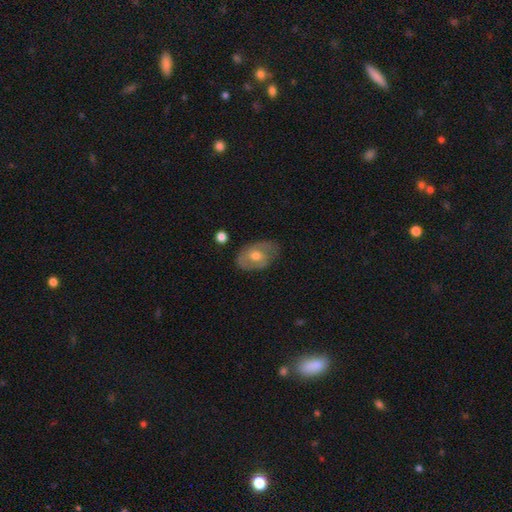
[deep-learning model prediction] smooth_or_featured: smooth (p=0.48) [alt: featured or disk p=0.46]
merging: none (p=0.69) [alt: minor disturbance p=0.24]